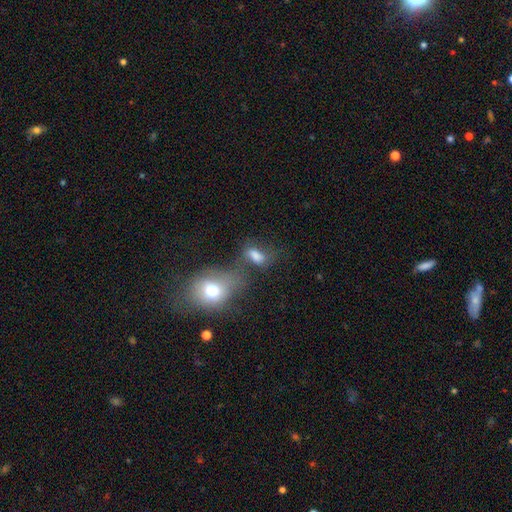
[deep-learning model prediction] Q: Smooth or featured?
A: smooth (68%); runner-up: featured or disk (16%)
Q: How rounded?
A: in between (79%); runner-up: round (15%)
Q: Merging?
A: merger (36%); runner-up: none (34%)